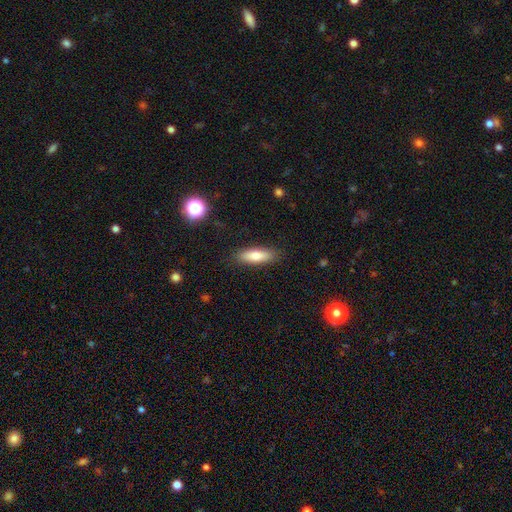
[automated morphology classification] A smooth galaxy with no disk features (75%) that is in between round and cigar-shaped (54%).

Vote fractions:
- Smooth or featured? smooth: 75% / featured or disk: 18% / star or artifact: 7%
- How rounded? in between: 54% / cigar-shaped: 44% / round: 2%
- Merging? none: 87% / minor disturbance: 10% / major disturbance: 2% / merger: 1%